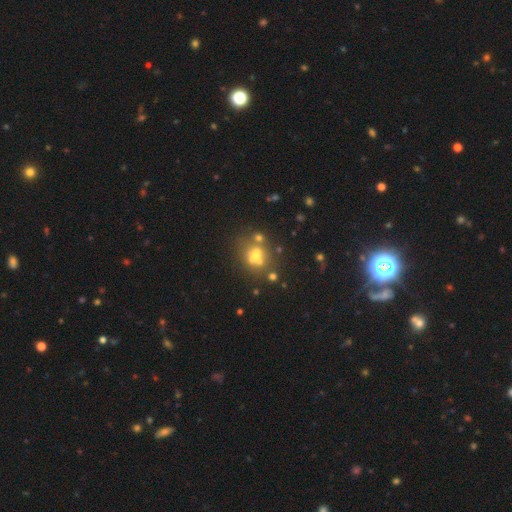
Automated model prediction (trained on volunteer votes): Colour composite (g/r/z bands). It shows a smooth galaxy with no disk features (44%). Merging: none (48%).